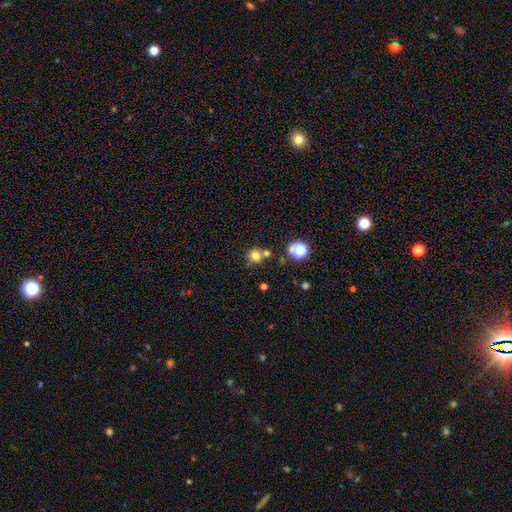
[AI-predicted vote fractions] Smooth or featured? smooth (76%)
How rounded? round (88%)
Merging? none (62%)